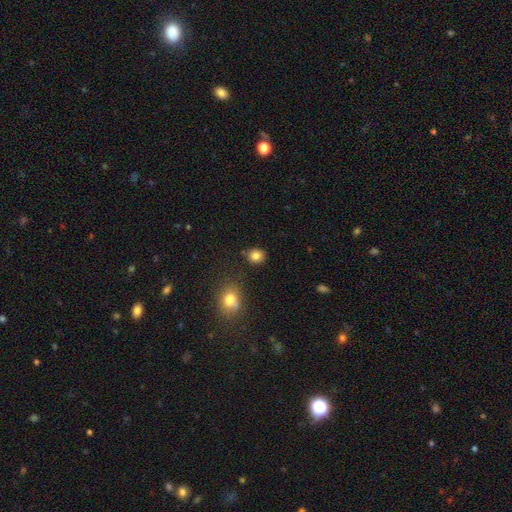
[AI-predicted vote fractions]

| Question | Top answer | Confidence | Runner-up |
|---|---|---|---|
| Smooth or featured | smooth | 83% | star or artifact (11%) |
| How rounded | round | 78% | in between (21%) |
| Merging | none | 84% | minor disturbance (10%) |